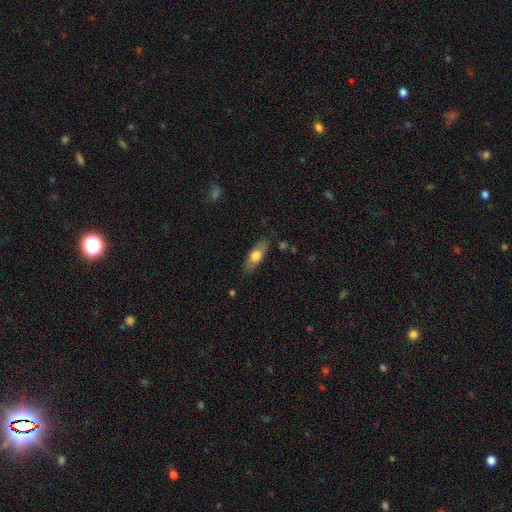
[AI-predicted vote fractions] Q: Smooth or featured?
A: smooth (60%); runner-up: featured or disk (33%)
Q: How rounded?
A: in between (63%); runner-up: cigar-shaped (34%)
Q: Merging?
A: none (82%); runner-up: minor disturbance (13%)